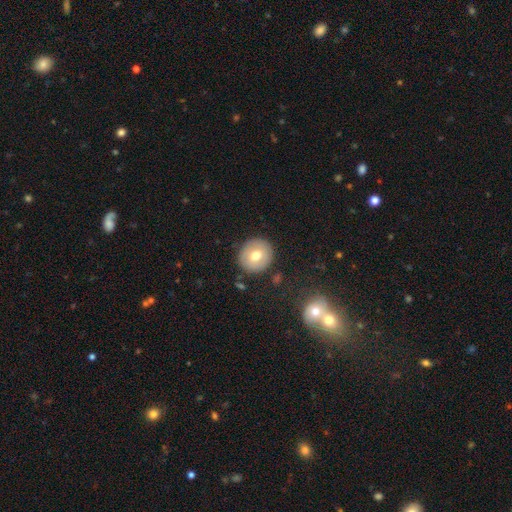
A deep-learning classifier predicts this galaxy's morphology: The model was most divided on "smooth or featured": smooth: 67%, featured or disk: 24%, star or artifact: 9%. More confident: how rounded — round (90%); merging — none (87%).